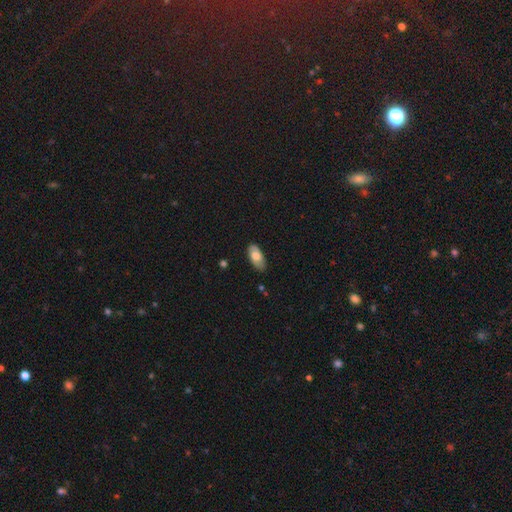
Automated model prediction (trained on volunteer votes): Smooth or featured?
  - smooth: 71% *
  - featured or disk: 23%
  - star or artifact: 6%
How rounded?
  - in between: 90% *
  - cigar-shaped: 7%
  - round: 2%
Merging?
  - none: 81% *
  - minor disturbance: 15%
  - major disturbance: 3%
  - merger: 1%